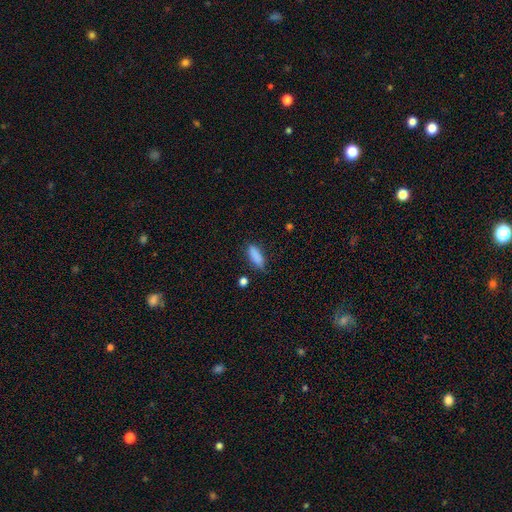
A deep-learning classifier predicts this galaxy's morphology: The model was most divided on "how rounded": in between: 64%, cigar-shaped: 34%, round: 2%. More confident: smooth or featured — smooth (87%); merging — none (71%).